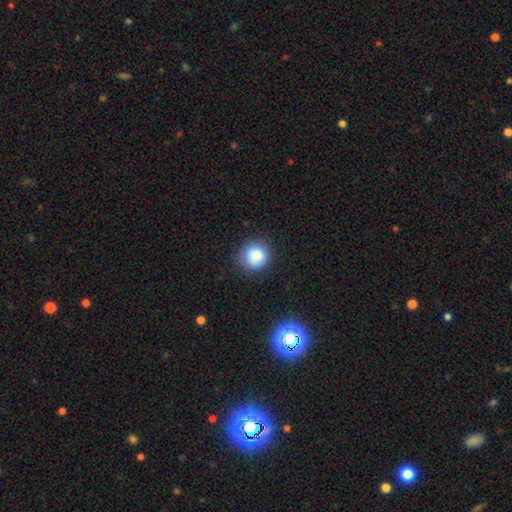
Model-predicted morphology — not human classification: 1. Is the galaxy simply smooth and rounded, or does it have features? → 85% smooth, 9% star or artifact, 6% featured or disk.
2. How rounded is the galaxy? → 88% round, 11% in between, 1% cigar-shaped.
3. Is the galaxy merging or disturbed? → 81% none, 14% minor disturbance, 4% major disturbance, 1% merger.